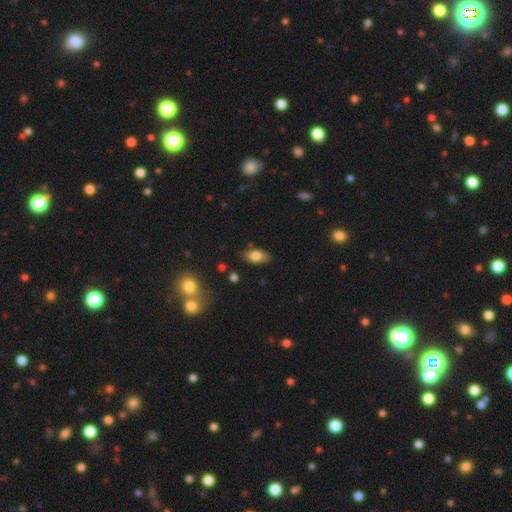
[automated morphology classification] Smooth or featured?
  - smooth: 79% *
  - featured or disk: 14%
  - star or artifact: 8%
How rounded?
  - in between: 88% *
  - cigar-shaped: 9%
  - round: 4%
Merging?
  - none: 81% *
  - minor disturbance: 14%
  - major disturbance: 3%
  - merger: 3%